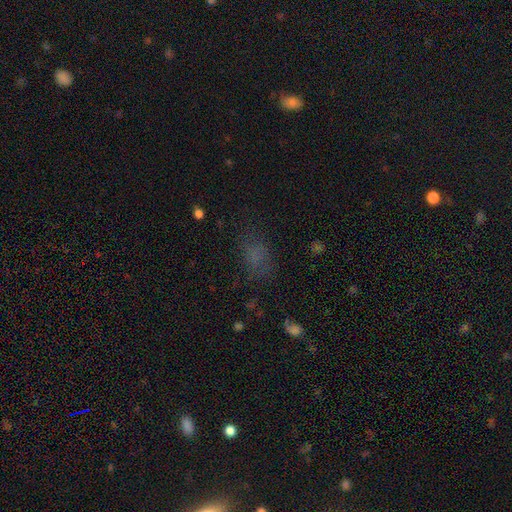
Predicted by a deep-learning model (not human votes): A smooth galaxy with no disk features (63%) that is in between round and cigar-shaped (77%).

Vote fractions:
- Smooth or featured? smooth: 63% / star or artifact: 24% / featured or disk: 13%
- How rounded? in between: 77% / round: 20% / cigar-shaped: 3%
- Merging? none: 63% / minor disturbance: 20% / major disturbance: 15% / merger: 2%